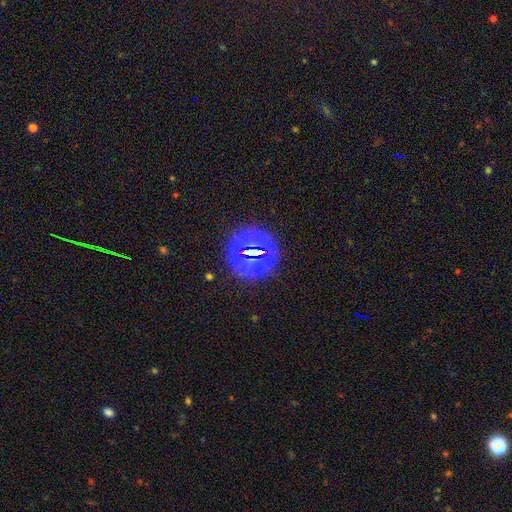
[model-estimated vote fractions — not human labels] A star or artifact, not a galaxy (69%).